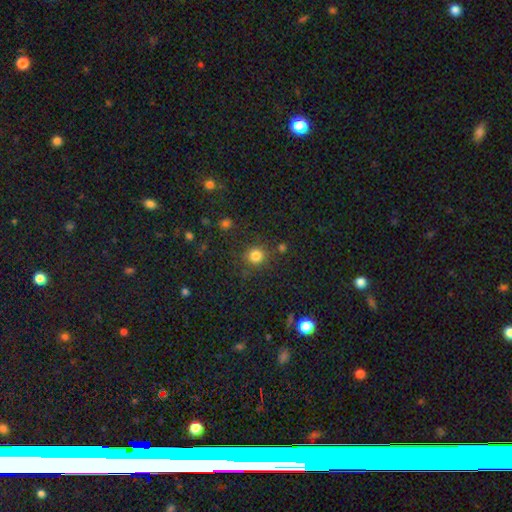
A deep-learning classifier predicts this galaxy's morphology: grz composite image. It shows a smooth galaxy with no disk features (81%) that is round (92%). Merging: none (83%).